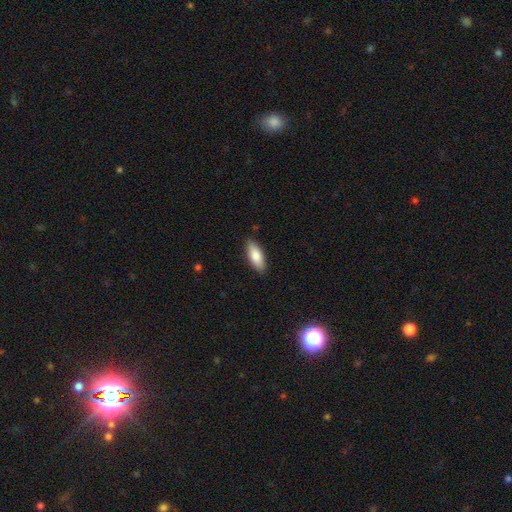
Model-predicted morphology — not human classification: Smooth or featured: smooth — 82% (featured or disk — 13%)
How rounded: in between — 75% (cigar-shaped — 23%)
Merging: none — 86% (minor disturbance — 11%)